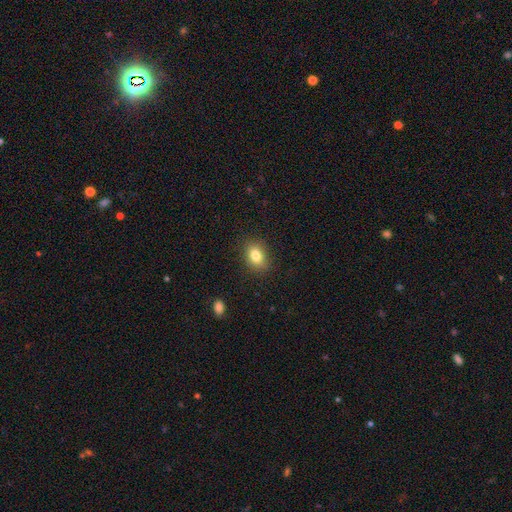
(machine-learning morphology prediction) Smooth or featured? Predicted: smooth (p=0.83). How rounded? Predicted: in between (p=0.69). Merging? Predicted: none (p=0.85).